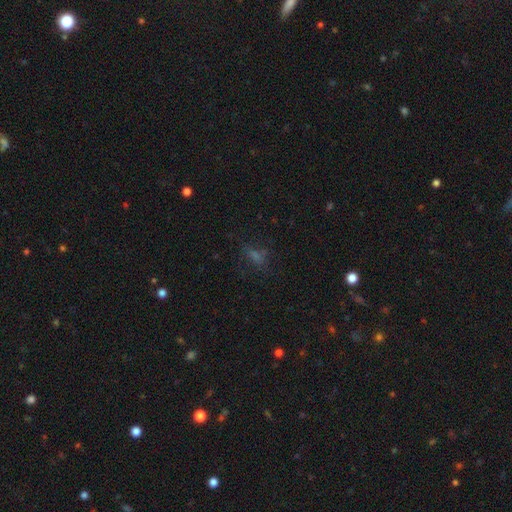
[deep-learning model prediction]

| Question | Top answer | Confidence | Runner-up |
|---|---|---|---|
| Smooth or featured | smooth | 44% | star or artifact (39%) |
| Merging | none | 69% | minor disturbance (17%) |